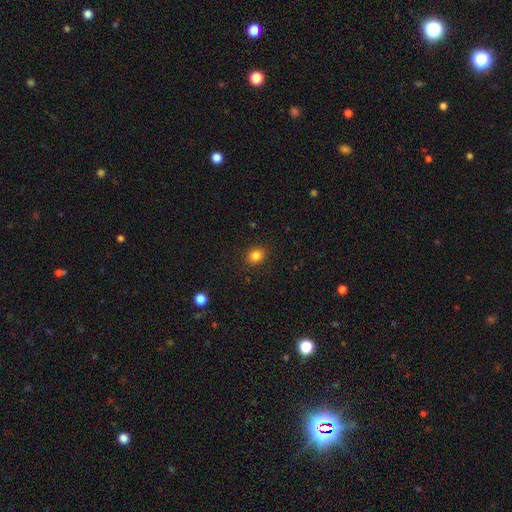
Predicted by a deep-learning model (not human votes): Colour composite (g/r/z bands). It shows a smooth galaxy with no disk features (83%) that is round (60%). Merging: none (89%).